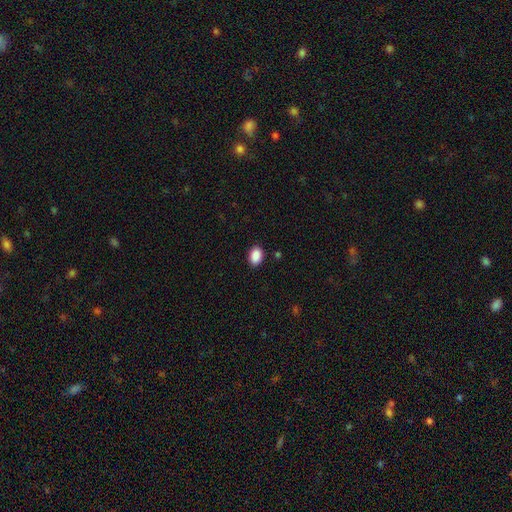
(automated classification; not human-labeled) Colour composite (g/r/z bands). It shows a smooth galaxy with no disk features (90%) that is in between round and cigar-shaped (81%). Merging: none (88%).